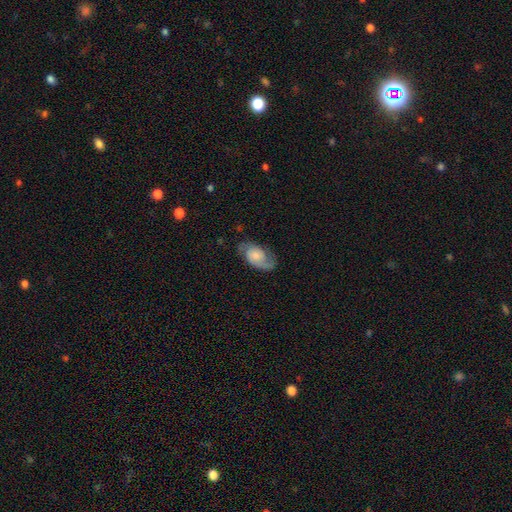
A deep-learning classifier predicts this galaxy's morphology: A featured or disk galaxy (63%) with no bar (71%), 2 (81%) medium (45%) spiral arms (90%) and a small central bulge (47%). Merging: none (70%).